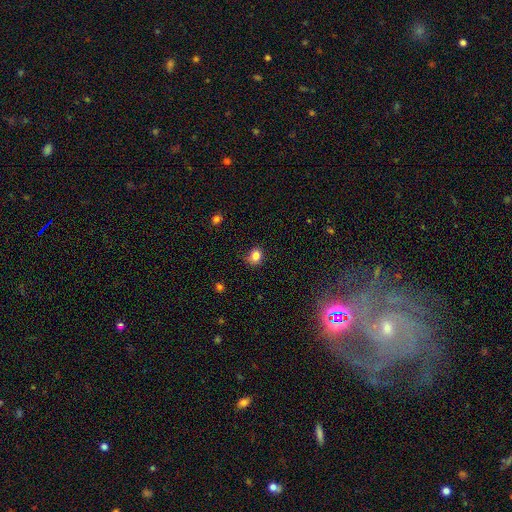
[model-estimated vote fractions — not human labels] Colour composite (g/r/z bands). It shows a smooth galaxy with no disk features (82%) that is round (70%). Merging: none (75%).